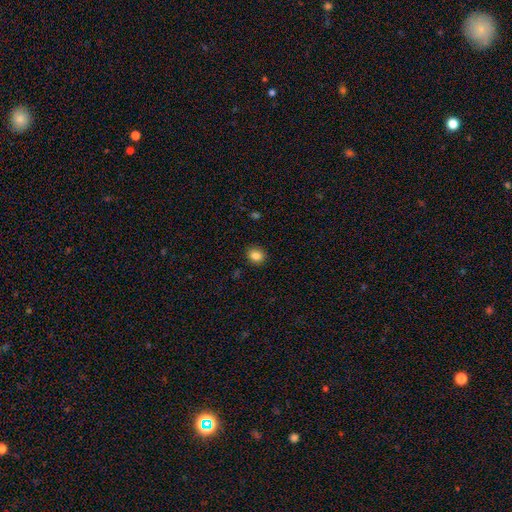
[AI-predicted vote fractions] A smooth galaxy with no disk features (85%) that is round (66%).

Vote fractions:
- Smooth or featured? smooth: 85% / star or artifact: 10% / featured or disk: 5%
- How rounded? round: 66% / in between: 33% / cigar-shaped: 1%
- Merging? none: 90% / minor disturbance: 7% / major disturbance: 2% / merger: 1%